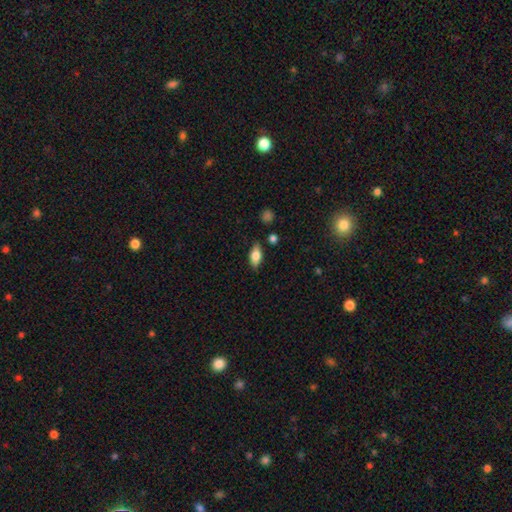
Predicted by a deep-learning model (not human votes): smooth_or_featured: smooth (p=0.75) [alt: featured or disk p=0.18]
how_rounded: in between (p=0.86) [alt: cigar-shaped p=0.11]
merging: none (p=0.83) [alt: minor disturbance p=0.12]